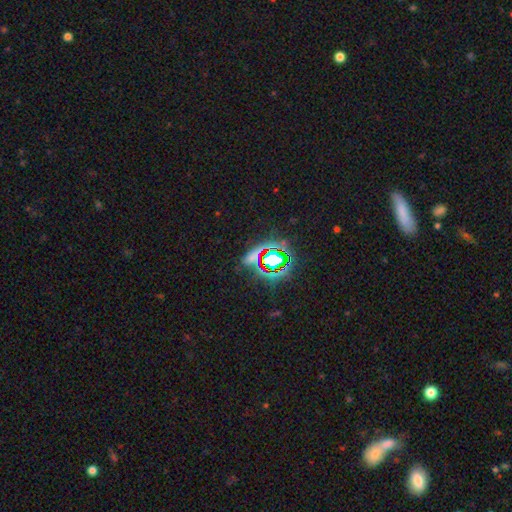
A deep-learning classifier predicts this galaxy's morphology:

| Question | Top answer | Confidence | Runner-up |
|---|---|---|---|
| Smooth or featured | star or artifact | 64% | smooth (24%) |